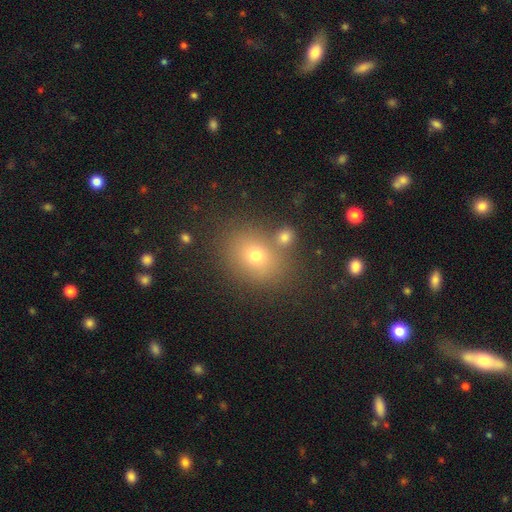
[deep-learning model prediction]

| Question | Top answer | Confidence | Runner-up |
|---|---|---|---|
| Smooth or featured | smooth | 71% | star or artifact (16%) |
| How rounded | in between | 50% | round (49%) |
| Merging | none | 71% | merger (13%) |